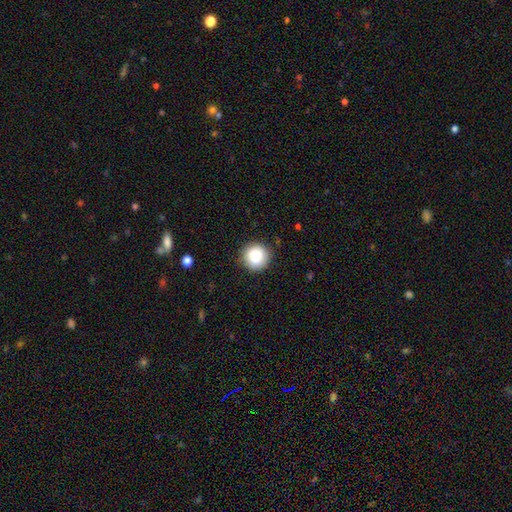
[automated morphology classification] Overall: smooth (85%). How rounded: round (94%). Merging: none (88%).